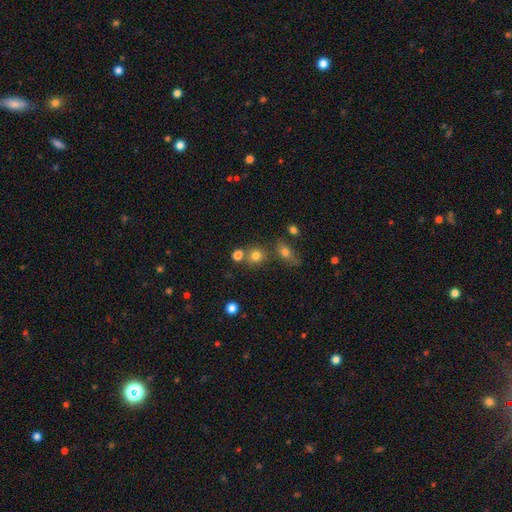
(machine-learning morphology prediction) Overall: smooth (77%). How rounded: round (82%). Merging: none (62%; merger 24%).